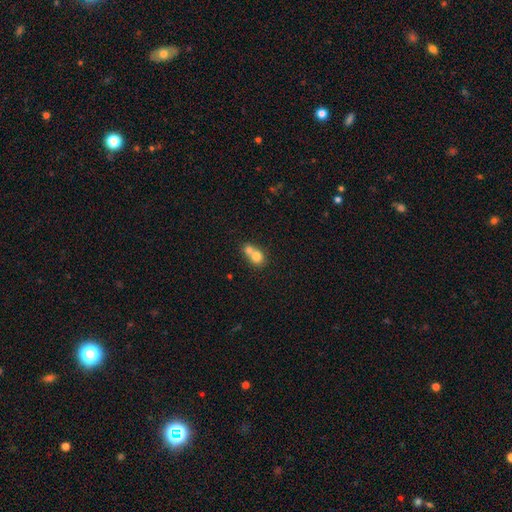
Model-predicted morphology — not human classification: smooth-or-featured: smooth: 74% | featured or disk: 17% | star or artifact: 9%
  how-rounded: round: 62% | in between: 36% | cigar-shaped: 1%
  merging: merger: 68% | none: 23% | minor disturbance: 6% | major disturbance: 3%